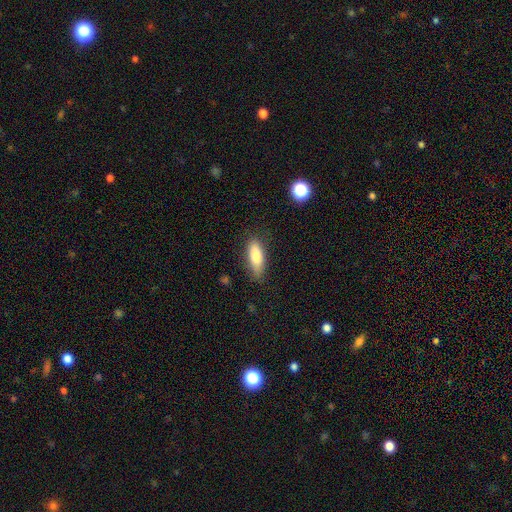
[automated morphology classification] This is clearly a smooth galaxy (81%). How rounded: possibly in between (60%). Merging: likely none (77%).